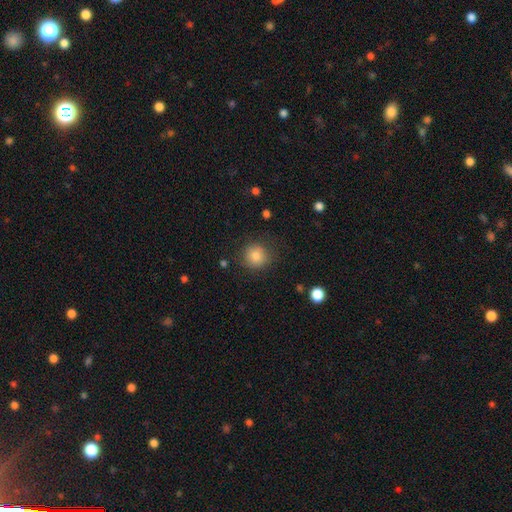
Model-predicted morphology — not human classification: Smooth or featured? Predicted: smooth (p=0.83). How rounded? Predicted: round (p=0.90). Merging? Predicted: none (p=0.84).